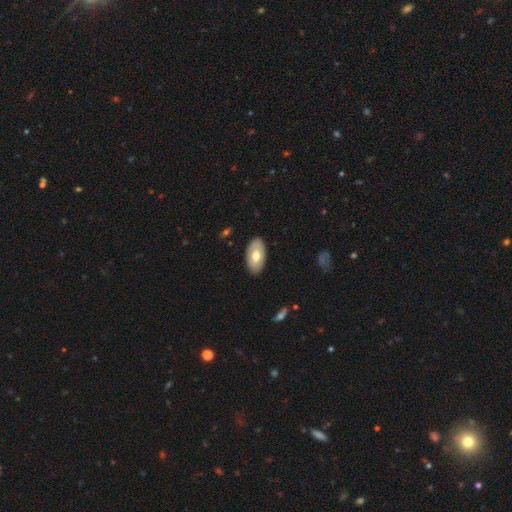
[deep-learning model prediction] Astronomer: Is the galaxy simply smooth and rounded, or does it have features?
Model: smooth — 57% (runner-up: featured or disk, 37%).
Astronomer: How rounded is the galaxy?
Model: in between — 94%.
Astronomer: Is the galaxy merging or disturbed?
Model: none — 86%.